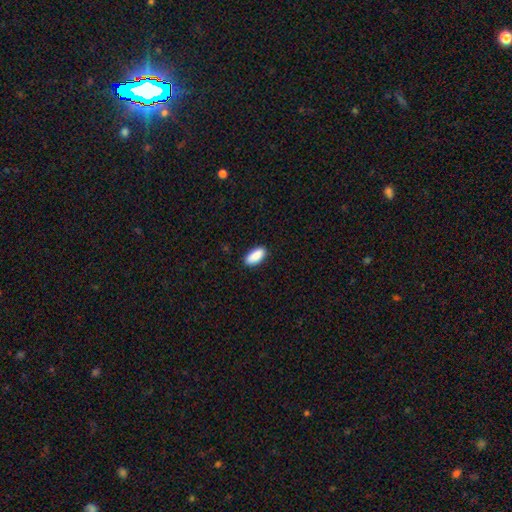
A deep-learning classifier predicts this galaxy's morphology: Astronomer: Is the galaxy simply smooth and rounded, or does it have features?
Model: smooth — 90%.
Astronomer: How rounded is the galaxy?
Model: in between — 89%.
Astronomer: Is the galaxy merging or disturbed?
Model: none — 87%.